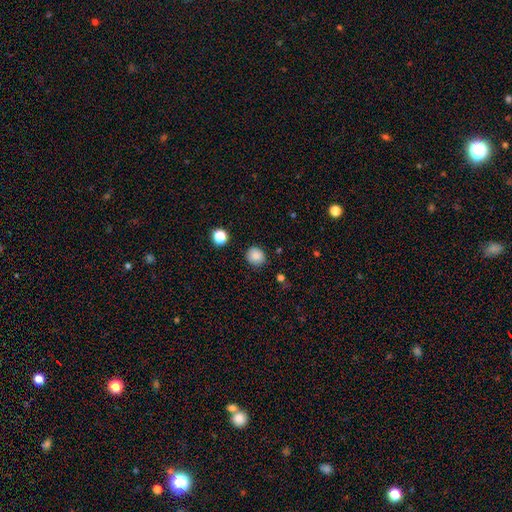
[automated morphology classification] smooth-or-featured: smooth: 86% | star or artifact: 10% | featured or disk: 4%
  how-rounded: round: 86% | in between: 13% | cigar-shaped: 1%
  merging: none: 87% | minor disturbance: 9% | major disturbance: 2% | merger: 2%